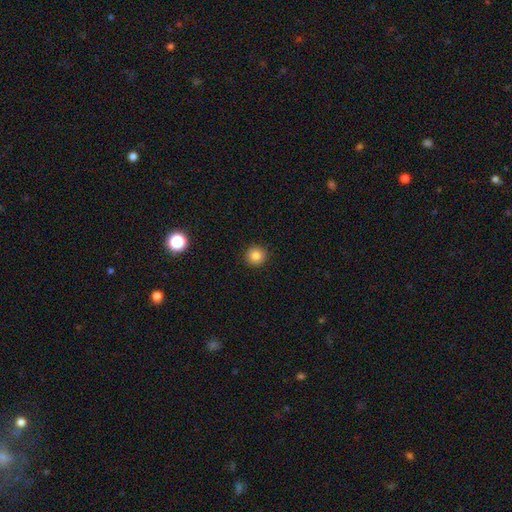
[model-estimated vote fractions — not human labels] A smooth galaxy with no disk features (83%) that is round (95%). Merging: none (92%).